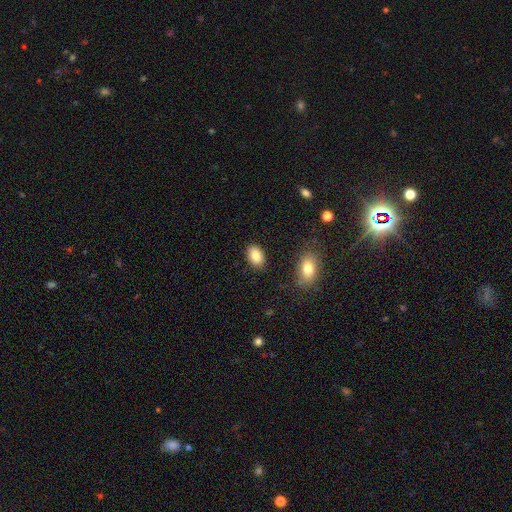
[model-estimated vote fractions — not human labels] A smooth galaxy with no disk features (86%) that is in between round and cigar-shaped (86%).

Vote fractions:
- Smooth or featured? smooth: 86% / star or artifact: 8% / featured or disk: 6%
- How rounded? in between: 86% / round: 12% / cigar-shaped: 1%
- Merging? none: 87% / minor disturbance: 9% / major disturbance: 2% / merger: 2%